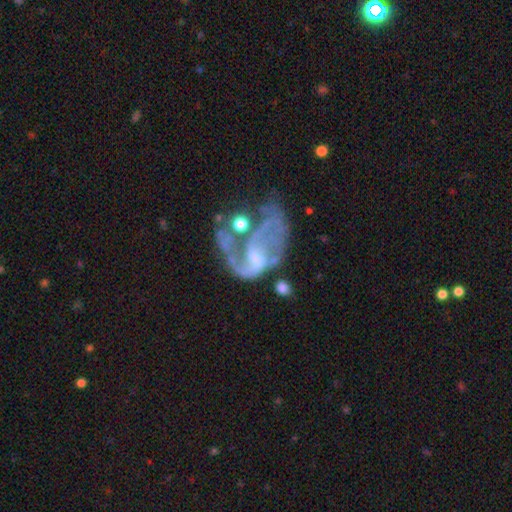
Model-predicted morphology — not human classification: A featured or disk galaxy (78%) with no bar (49%), 2 (43%) loose (55%) spiral arms (75%) and a small central bulge (42%). Merging: major disturbance (44%).